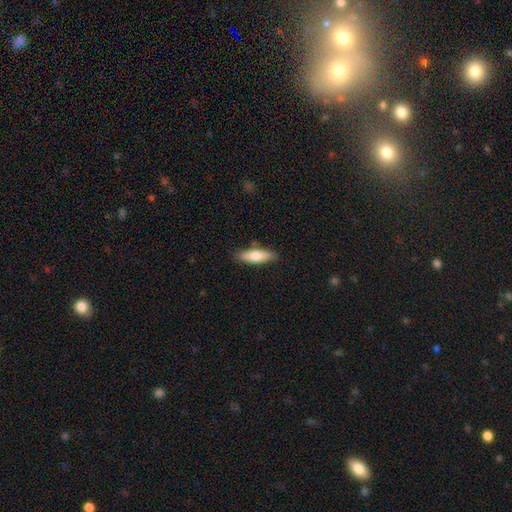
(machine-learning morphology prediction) A smooth galaxy with no disk features (74%) that is in between round and cigar-shaped (52%). Merging: none (83%).